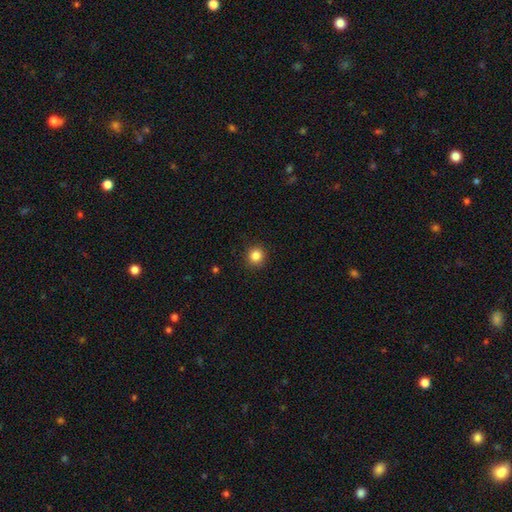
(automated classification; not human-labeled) smooth-or-featured: smooth: 85% | star or artifact: 11% | featured or disk: 4%
  how-rounded: round: 93% | in between: 6% | cigar-shaped: 1%
  merging: none: 91% | minor disturbance: 6% | major disturbance: 2% | merger: 1%